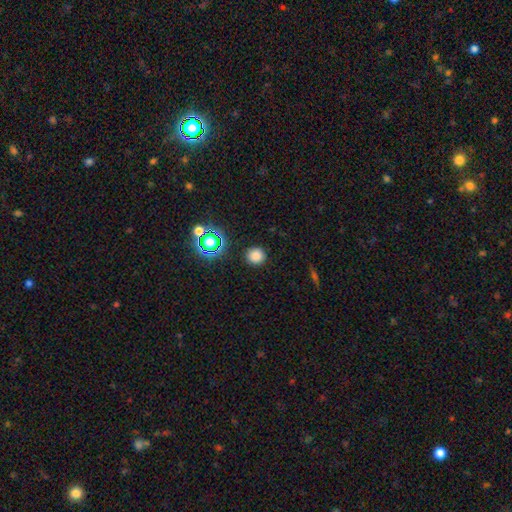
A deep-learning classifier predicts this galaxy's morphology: Smooth or featured?
  - smooth: 78% *
  - star or artifact: 17%
  - featured or disk: 5%
How rounded?
  - round: 93% *
  - in between: 6%
  - cigar-shaped: 1%
Merging?
  - none: 90% *
  - minor disturbance: 6%
  - major disturbance: 2%
  - merger: 2%